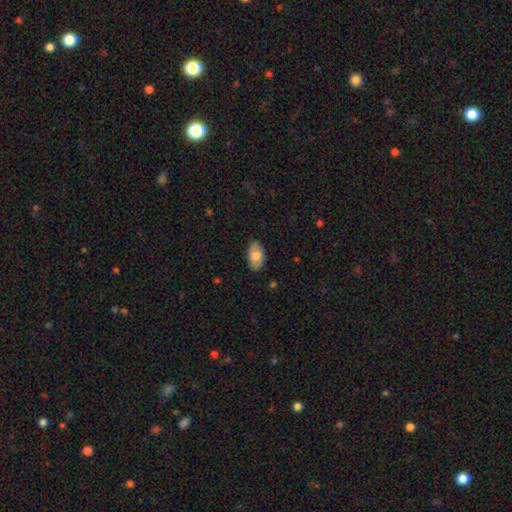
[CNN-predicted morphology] The model was most divided on "smooth or featured": smooth: 73%, featured or disk: 21%, star or artifact: 7%. More confident: how rounded — in between (93%); merging — none (82%).